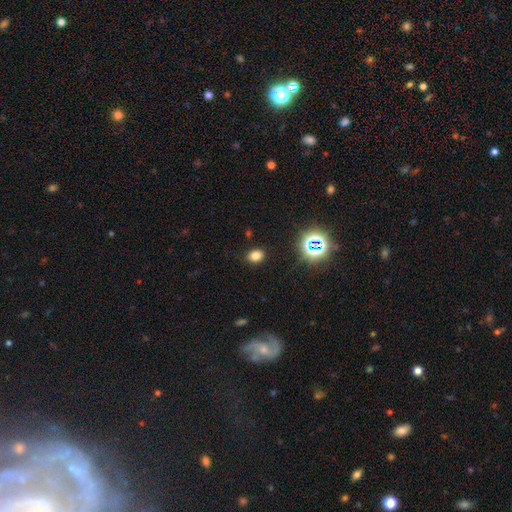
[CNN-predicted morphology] type=smooth (74%); roundness=in between (56%); merging=none (87%).